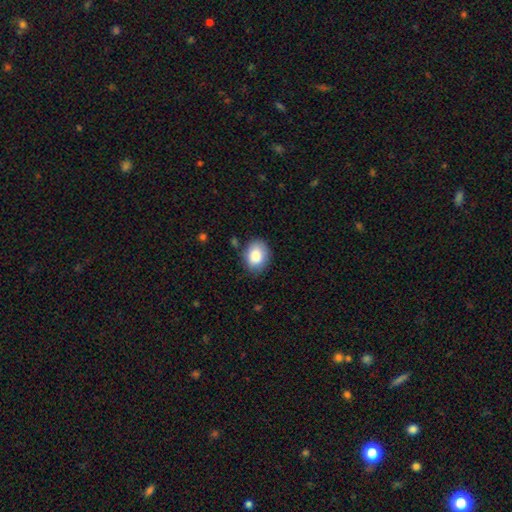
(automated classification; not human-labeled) smooth-or-featured: smooth: 87% | star or artifact: 7% | featured or disk: 6%
  how-rounded: in between: 66% | round: 33% | cigar-shaped: 1%
  merging: none: 77% | minor disturbance: 17% | major disturbance: 4% | merger: 2%